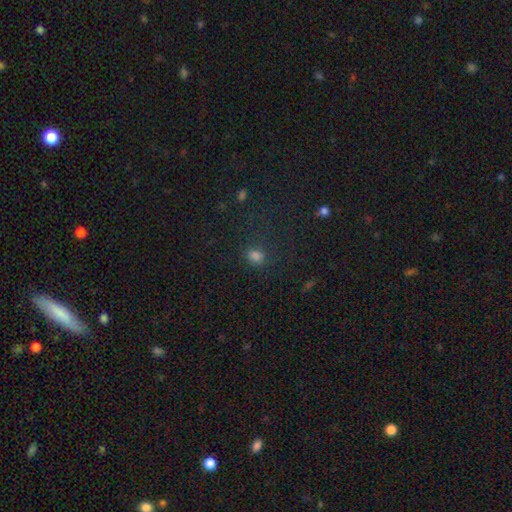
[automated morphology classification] A smooth galaxy with no disk features (74%) that is round (53%). Merging: none (71%).